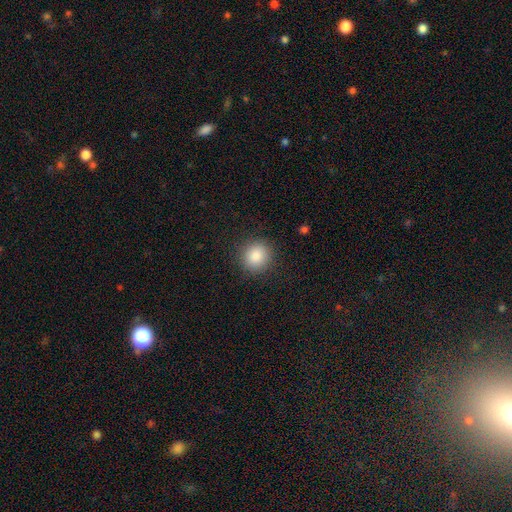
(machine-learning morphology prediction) A smooth galaxy with no disk features (86%) that is round (88%).

Vote fractions:
- Smooth or featured? smooth: 86% / star or artifact: 9% / featured or disk: 4%
- How rounded? round: 88% / in between: 11% / cigar-shaped: 1%
- Merging? none: 89% / minor disturbance: 7% / major disturbance: 3% / merger: 1%